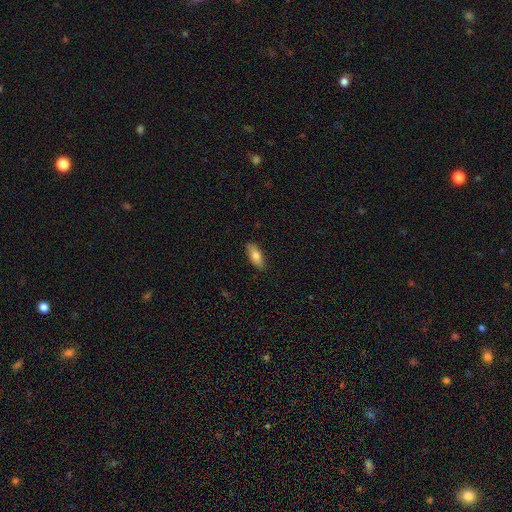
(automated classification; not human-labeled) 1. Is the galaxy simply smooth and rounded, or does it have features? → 79% smooth, 14% featured or disk, 6% star or artifact.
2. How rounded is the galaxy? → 78% in between, 19% cigar-shaped, 2% round.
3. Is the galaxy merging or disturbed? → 87% none, 10% minor disturbance, 2% major disturbance, 1% merger.